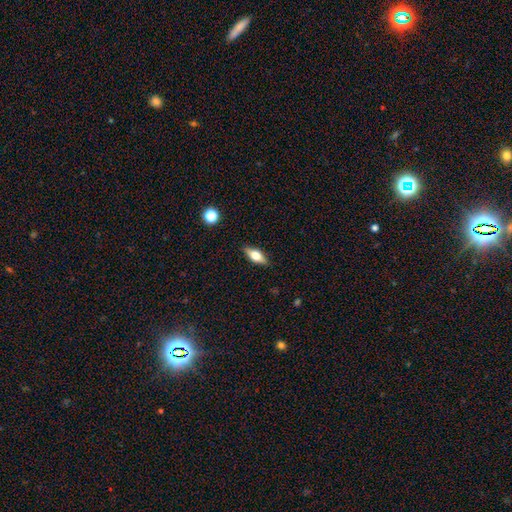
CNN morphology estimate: Q: Smooth or featured?
A: smooth (48%); runner-up: featured or disk (44%)
Q: Merging?
A: none (88%); runner-up: minor disturbance (9%)